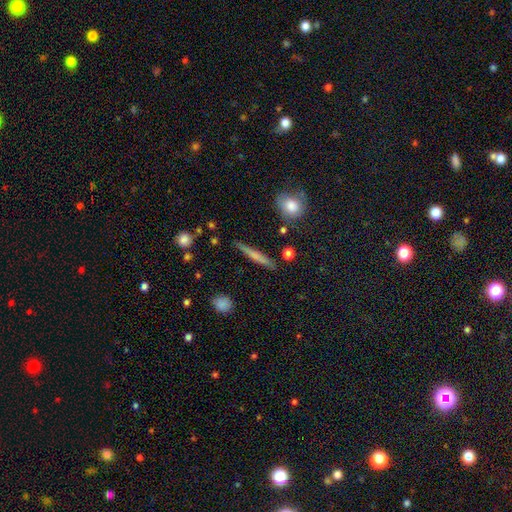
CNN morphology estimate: This is possibly a smooth galaxy (55%). How rounded: clearly cigar-shaped (92%). Merging: clearly none (88%).